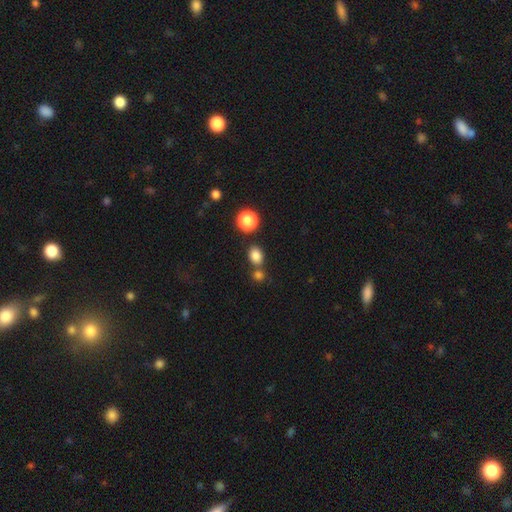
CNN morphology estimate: A smooth galaxy with no disk features (82%) that is in between round and cigar-shaped (57%). Merging: none (64%).